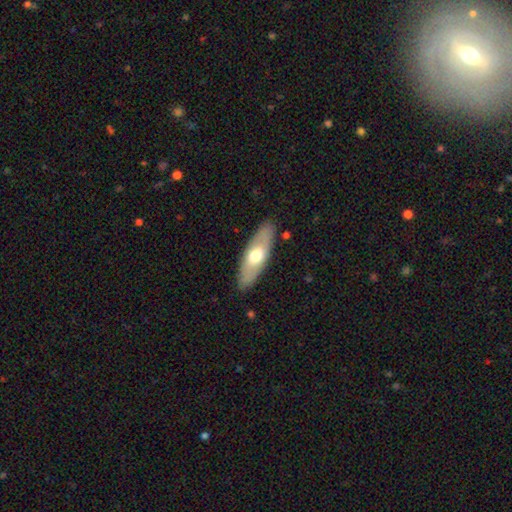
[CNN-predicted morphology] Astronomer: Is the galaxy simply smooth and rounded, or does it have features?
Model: smooth — 55% (runner-up: featured or disk, 40%).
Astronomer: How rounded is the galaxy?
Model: in between — 62%.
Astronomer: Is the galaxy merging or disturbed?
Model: none — 87%.